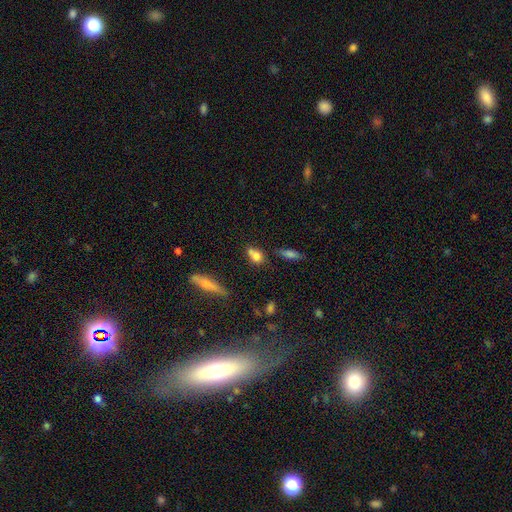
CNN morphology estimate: This appears to be a smooth galaxy with no disk features (73%) that is in between round and cigar-shaped (57%). Merging: none (43%).